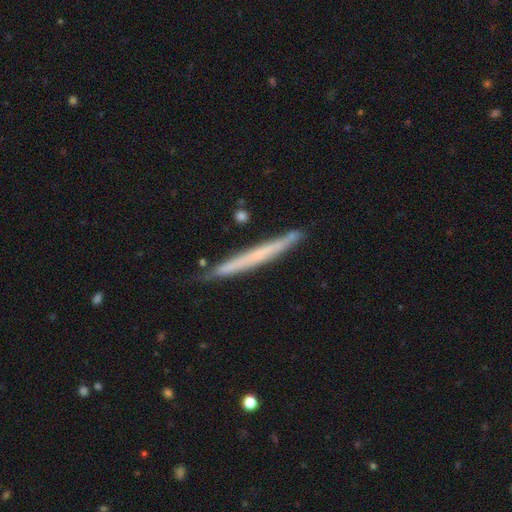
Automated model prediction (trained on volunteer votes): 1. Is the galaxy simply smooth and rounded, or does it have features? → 51% featured or disk, 42% smooth, 7% star or artifact.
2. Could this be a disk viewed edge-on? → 96% yes, 4% no.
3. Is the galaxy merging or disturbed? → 87% none, 10% minor disturbance, 2% merger, 2% major disturbance.